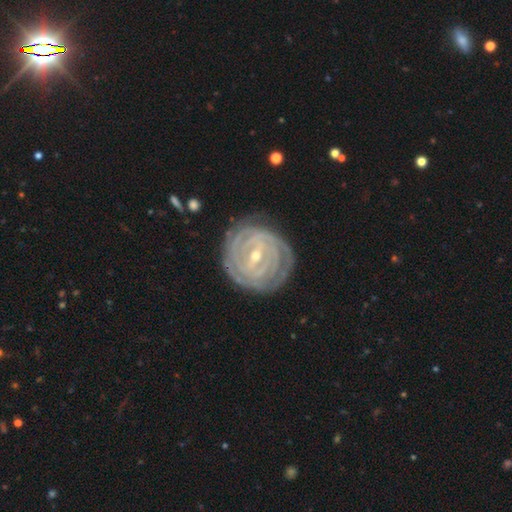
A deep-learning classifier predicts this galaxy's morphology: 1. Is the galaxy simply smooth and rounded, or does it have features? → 90% featured or disk, 5% smooth, 5% star or artifact.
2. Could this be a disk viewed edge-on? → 97% no, 3% yes.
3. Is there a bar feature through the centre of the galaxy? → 46% strong, 41% weak, 12% no.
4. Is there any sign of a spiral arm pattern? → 97% yes, 3% no.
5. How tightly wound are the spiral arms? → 89% tight, 9% medium, 2% loose.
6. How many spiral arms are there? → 26% can't tell, 21% 4, 18% 2, 18% 3, 10% more than 4, 7% 1.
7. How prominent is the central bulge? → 59% small, 39% moderate, 1% large, 1% none, 1% dominant.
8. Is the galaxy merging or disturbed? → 83% none, 12% minor disturbance, 4% major disturbance, 1% merger.